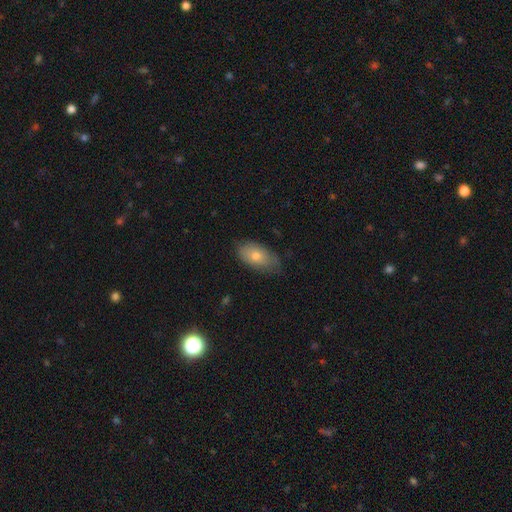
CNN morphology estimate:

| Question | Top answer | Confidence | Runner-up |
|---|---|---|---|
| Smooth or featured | smooth | 71% | featured or disk (21%) |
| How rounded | in between | 91% | round (5%) |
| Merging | none | 72% | minor disturbance (23%) |